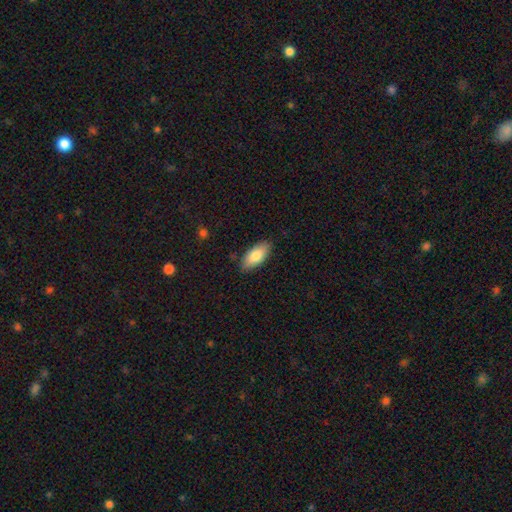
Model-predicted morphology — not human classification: Overall: smooth (82%). How rounded: in between (89%). Merging: none (85%).